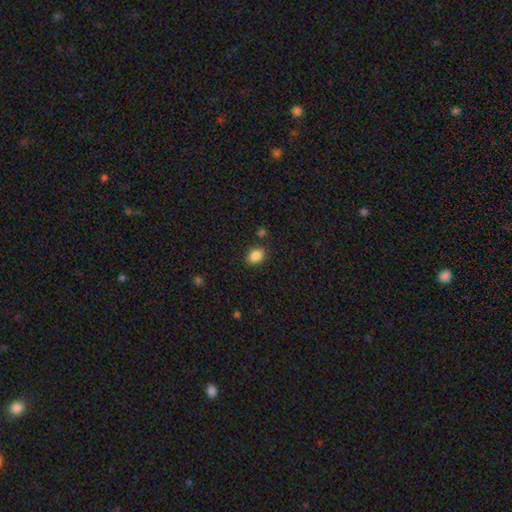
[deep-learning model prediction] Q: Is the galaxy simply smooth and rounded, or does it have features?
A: smooth — 87%.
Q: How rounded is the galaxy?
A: in between — 65%.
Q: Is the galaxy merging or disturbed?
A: none — 84%.